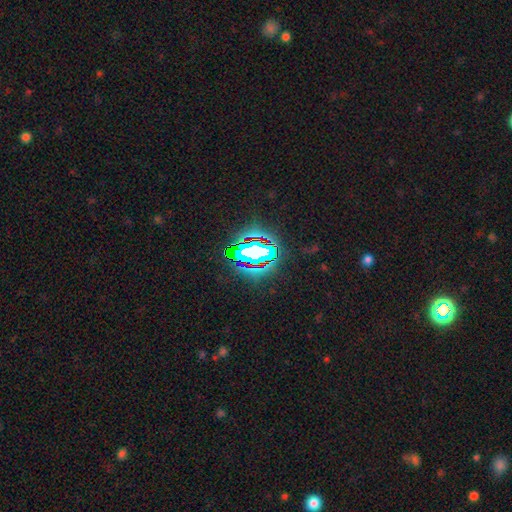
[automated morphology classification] A star or artifact, not a galaxy (67%).